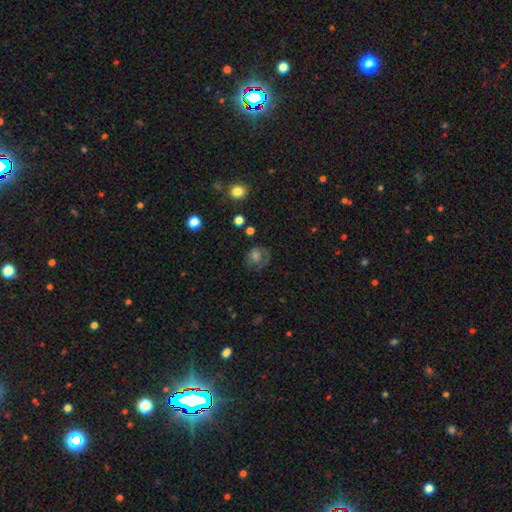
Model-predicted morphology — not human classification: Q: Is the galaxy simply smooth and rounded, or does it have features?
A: smooth — 58%.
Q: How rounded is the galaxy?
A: round — 68%.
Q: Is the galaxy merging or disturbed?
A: none — 61%.